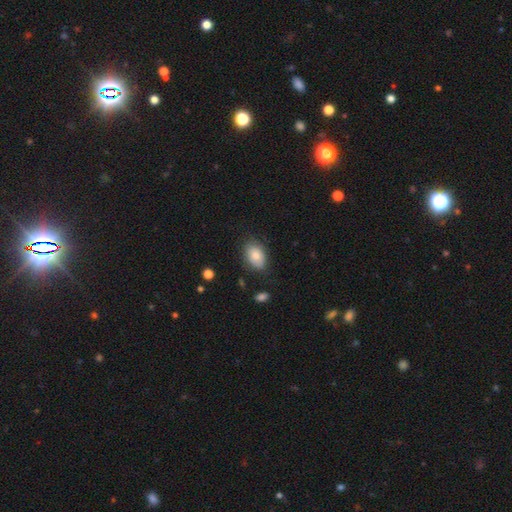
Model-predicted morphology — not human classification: smooth_or_featured: smooth (p=0.83) [alt: featured or disk p=0.10]
how_rounded: in between (p=0.86) [alt: round p=0.13]
merging: none (p=0.77) [alt: minor disturbance p=0.17]